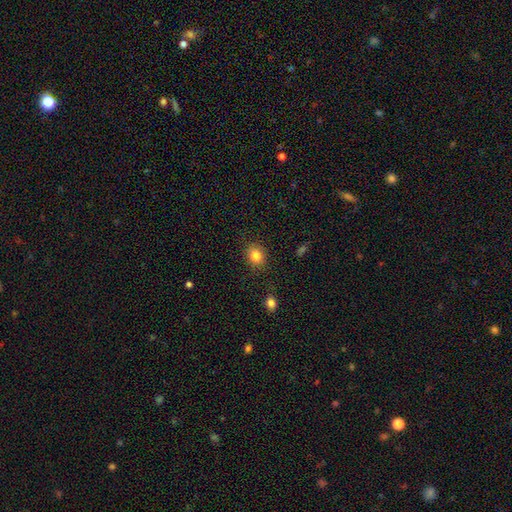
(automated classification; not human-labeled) smooth 84%, star or artifact 10%, featured or disk 6%. Down the decision tree: how rounded — round (61%); merging — none (86%).